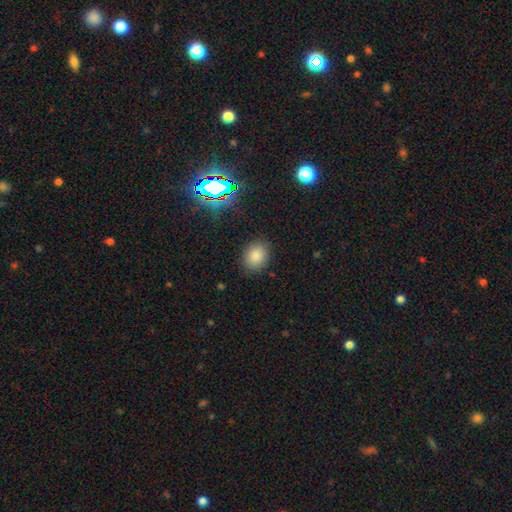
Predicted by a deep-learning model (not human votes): Overall: smooth (82%). How rounded: in between (55%; round 44%). Merging: none (86%).